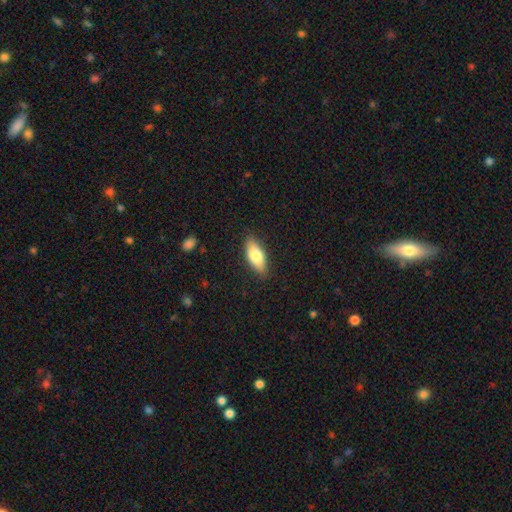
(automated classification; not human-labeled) A smooth galaxy with no disk features (77%) that is in between round and cigar-shaped (76%). Merging: none (86%).